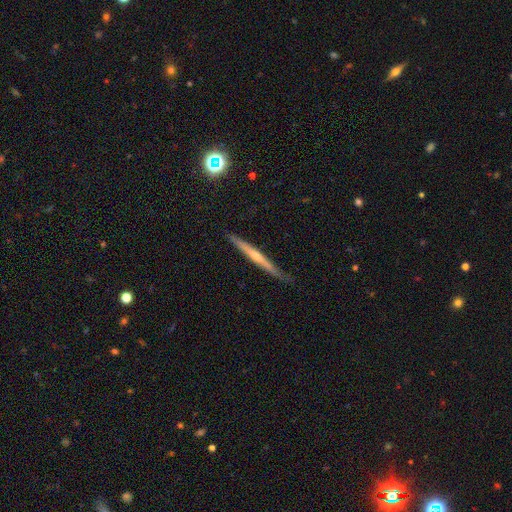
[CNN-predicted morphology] featured or disk 66%, smooth 27%, star or artifact 7%. Down the decision tree: edge-on disk — yes (97%); edge-on bulge — rounded (60%); merging — none (82%).